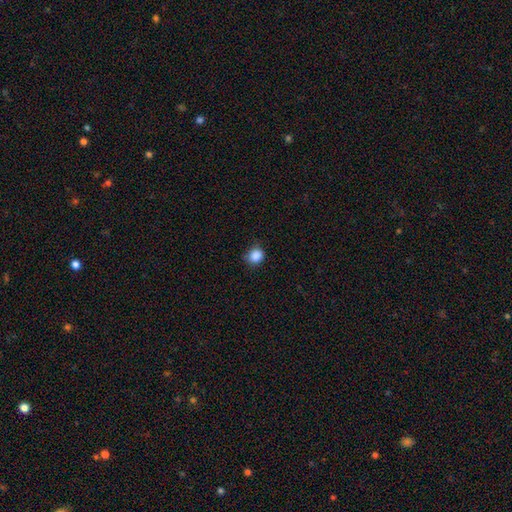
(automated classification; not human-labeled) This is clearly a smooth galaxy (87%). How rounded: likely round (79%). Merging: likely none (75%).